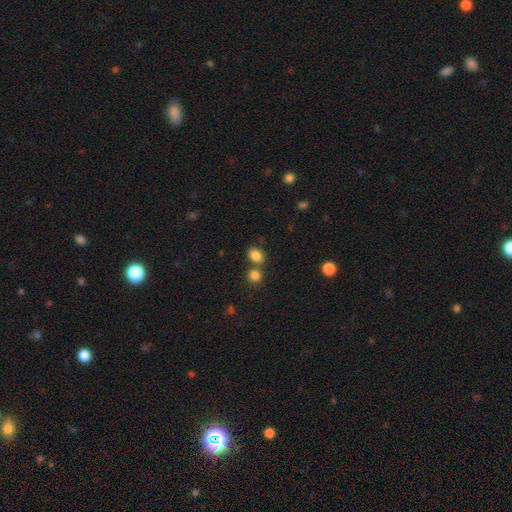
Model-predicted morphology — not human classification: smooth-or-featured: smooth: 83% | star or artifact: 11% | featured or disk: 6%
  how-rounded: in between: 52% | round: 47% | cigar-shaped: 1%
  merging: none: 61% | merger: 27% | minor disturbance: 9% | major disturbance: 3%